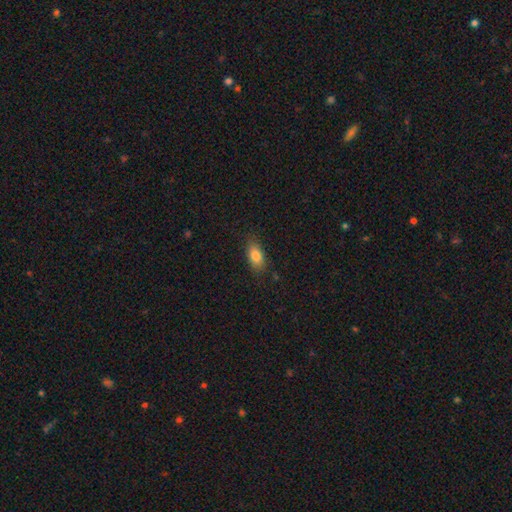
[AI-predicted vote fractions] Smooth or featured? Predicted: smooth (p=0.82). How rounded? Predicted: in between (p=0.88). Merging? Predicted: none (p=0.82).